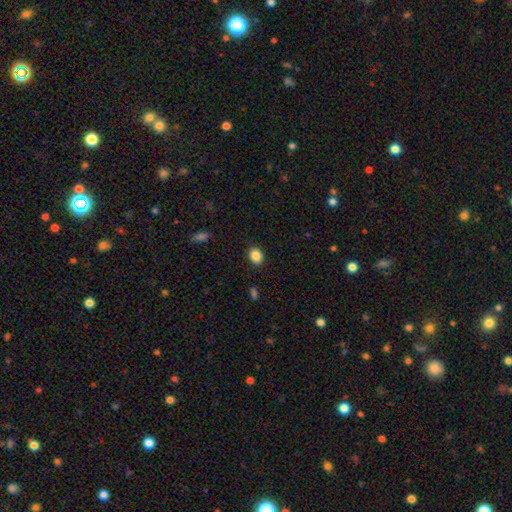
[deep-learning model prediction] Overall: smooth (88%). How rounded: in between (64%; round 35%). Merging: none (88%).